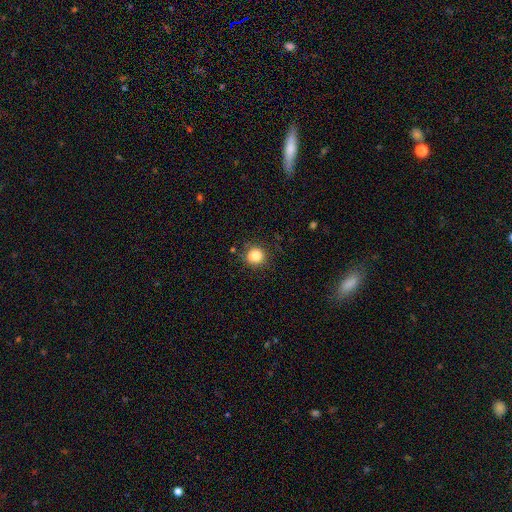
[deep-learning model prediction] smooth-or-featured: smooth: 82% | star or artifact: 11% | featured or disk: 7%
  how-rounded: round: 93% | in between: 6% | cigar-shaped: 1%
  merging: none: 86% | minor disturbance: 10% | major disturbance: 3% | merger: 2%